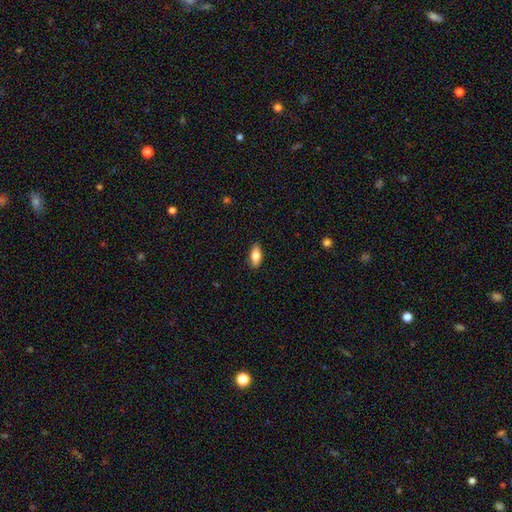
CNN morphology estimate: Smooth or featured? smooth (75%)
How rounded? in between (83%)
Merging? none (88%)